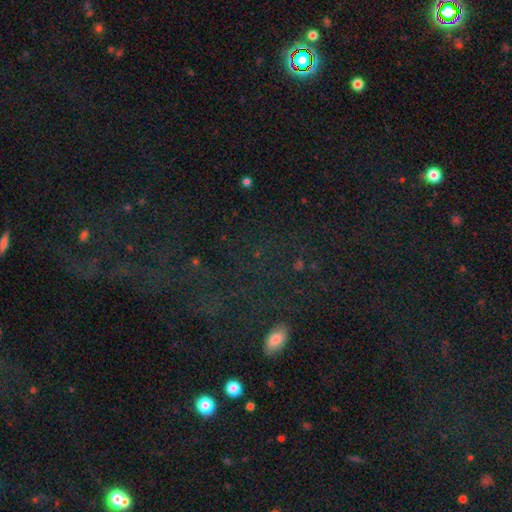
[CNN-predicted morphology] A star or artifact, not a galaxy (70%).